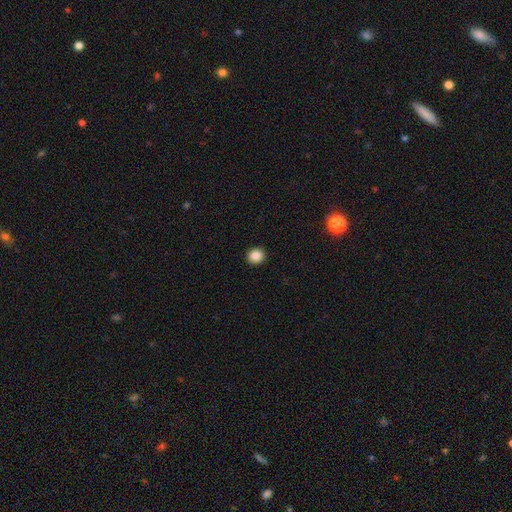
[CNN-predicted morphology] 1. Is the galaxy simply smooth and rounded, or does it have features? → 87% smooth, 10% star or artifact, 3% featured or disk.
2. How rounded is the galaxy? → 90% round, 9% in between, 1% cigar-shaped.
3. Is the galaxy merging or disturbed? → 93% none, 5% minor disturbance, 2% major disturbance, 1% merger.